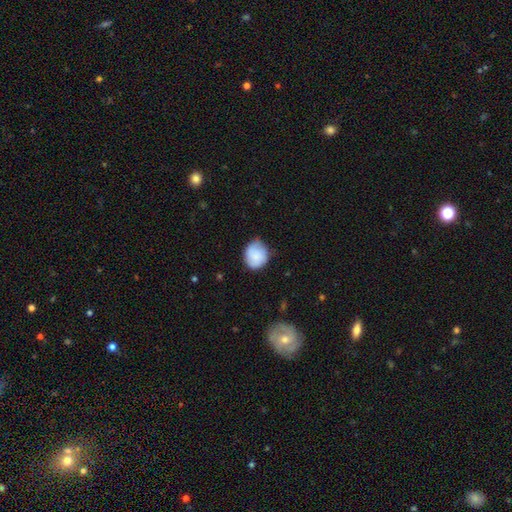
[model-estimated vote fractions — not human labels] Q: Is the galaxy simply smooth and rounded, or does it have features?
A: smooth — 72%.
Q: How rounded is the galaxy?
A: round — 71%.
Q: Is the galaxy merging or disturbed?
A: none — 63%.